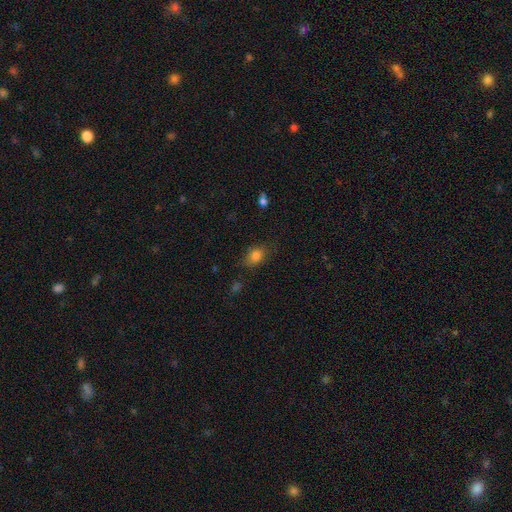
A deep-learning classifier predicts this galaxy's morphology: smooth-or-featured: smooth: 81% | star or artifact: 11% | featured or disk: 8%
  how-rounded: in between: 67% | round: 31% | cigar-shaped: 2%
  merging: none: 75% | minor disturbance: 18% | major disturbance: 5% | merger: 2%